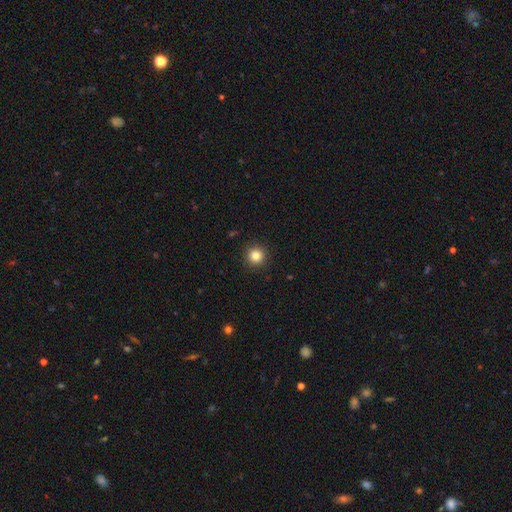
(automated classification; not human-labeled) Smooth or featured? Predicted: smooth (p=0.84). How rounded? Predicted: round (p=0.95). Merging? Predicted: none (p=0.92).